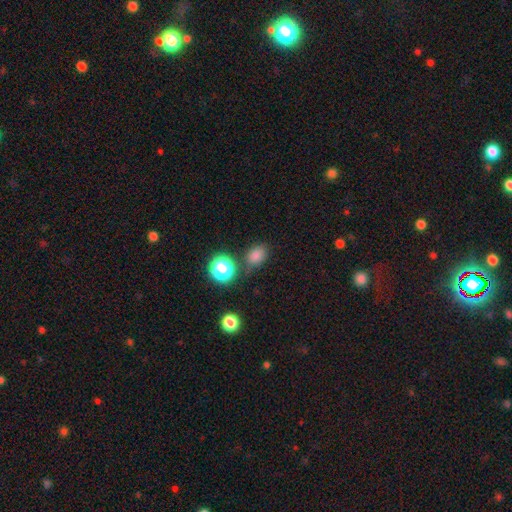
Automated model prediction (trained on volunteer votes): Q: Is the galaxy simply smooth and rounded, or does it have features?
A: smooth — 77%.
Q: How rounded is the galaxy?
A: in between — 61%.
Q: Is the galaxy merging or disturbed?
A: none — 71%.